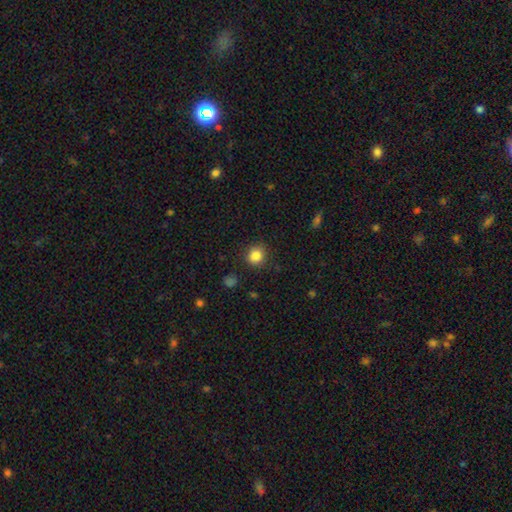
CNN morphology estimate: Smooth or featured: smooth — 85% (star or artifact — 11%)
How rounded: round — 88% (in between — 11%)
Merging: none — 88% (minor disturbance — 8%)